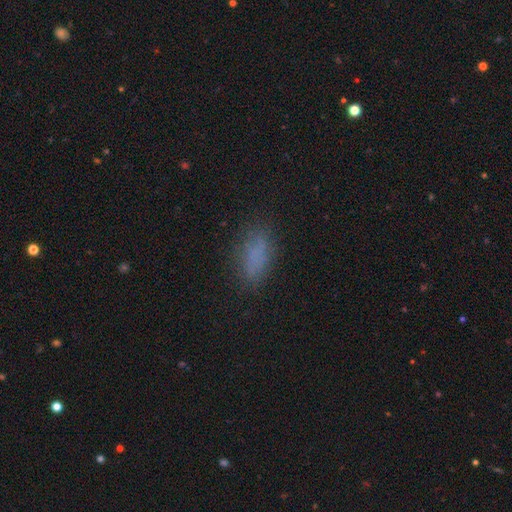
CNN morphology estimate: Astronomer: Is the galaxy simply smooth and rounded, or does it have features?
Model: smooth — 75%.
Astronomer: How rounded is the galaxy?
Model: in between — 83%.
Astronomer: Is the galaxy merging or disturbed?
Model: none — 77%.